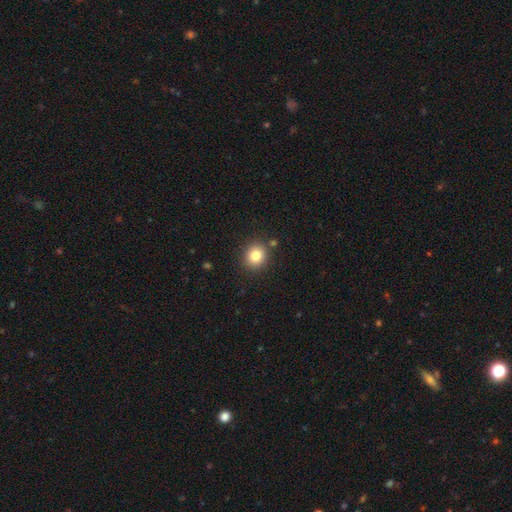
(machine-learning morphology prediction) This appears to be a smooth galaxy with no disk features (82%) that is round (80%). Merging: none (87%).